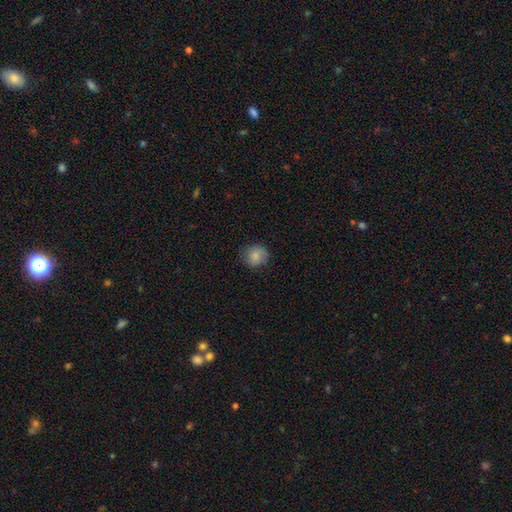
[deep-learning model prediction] smooth-or-featured: smooth: 77% | featured or disk: 15% | star or artifact: 8%
  how-rounded: round: 84% | in between: 15% | cigar-shaped: 1%
  merging: none: 78% | minor disturbance: 17% | major disturbance: 4% | merger: 1%